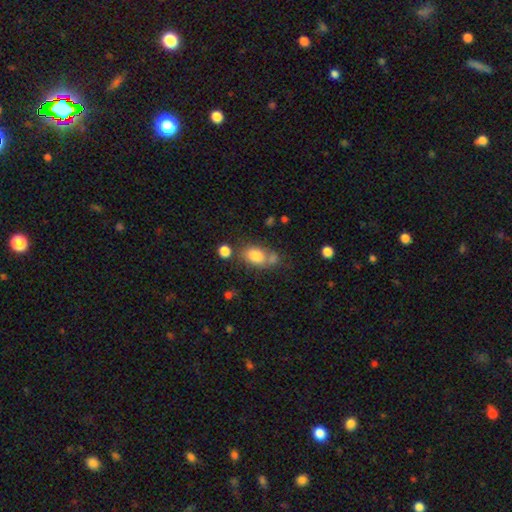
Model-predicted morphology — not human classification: Overall: smooth (80%). How rounded: in between (78%). Merging: none (51%; merger 25%).